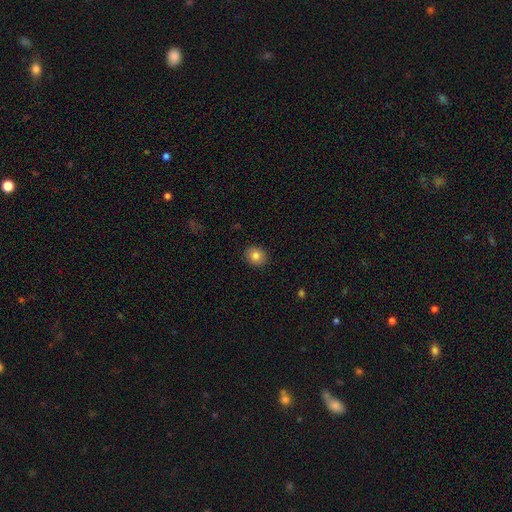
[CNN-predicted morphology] smooth 81%, featured or disk 10%, star or artifact 9%. Down the decision tree: how rounded — round (66%); merging — none (90%).